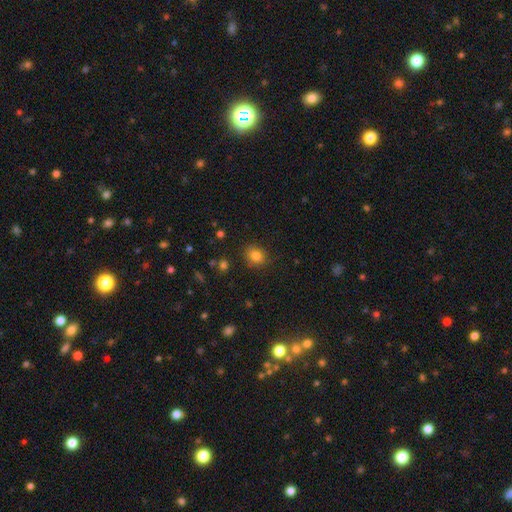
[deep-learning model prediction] Q: Smooth or featured?
A: smooth (82%); runner-up: star or artifact (12%)
Q: How rounded?
A: round (59%); runner-up: in between (41%)
Q: Merging?
A: none (85%); runner-up: minor disturbance (11%)